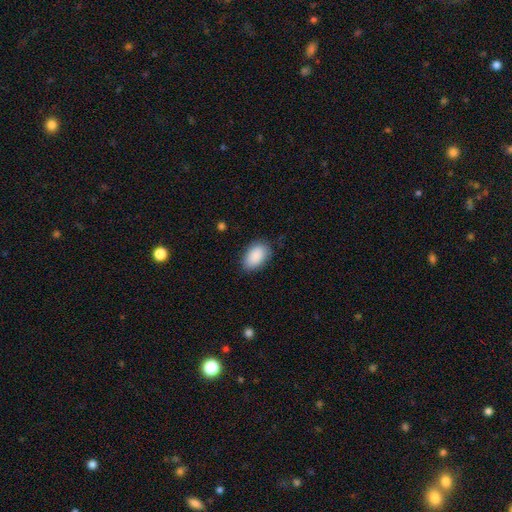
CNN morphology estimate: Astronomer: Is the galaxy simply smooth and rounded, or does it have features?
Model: smooth — 90%.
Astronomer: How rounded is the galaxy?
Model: in between — 93%.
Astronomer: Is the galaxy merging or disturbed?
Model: none — 82%.